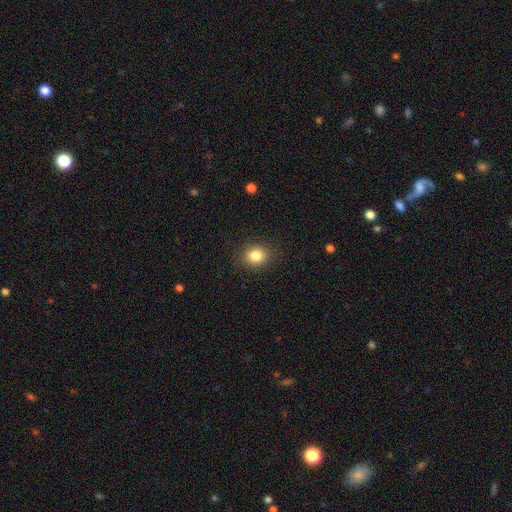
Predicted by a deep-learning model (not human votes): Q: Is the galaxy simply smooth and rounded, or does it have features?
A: smooth — 84%.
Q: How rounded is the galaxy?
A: round — 71%.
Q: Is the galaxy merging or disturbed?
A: none — 88%.